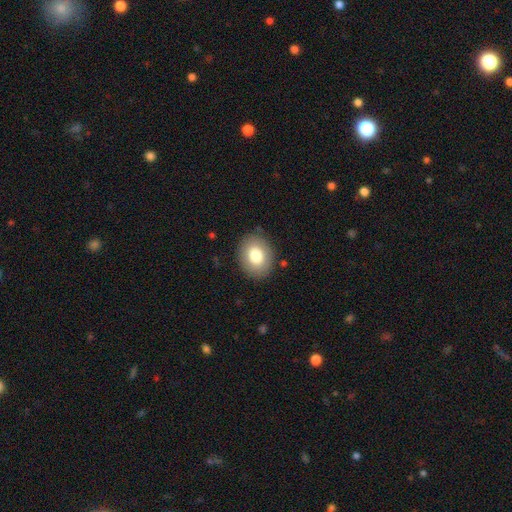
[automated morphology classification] This appears to be a smooth galaxy with no disk features (78%) that is in between round and cigar-shaped (55%). Merging: none (86%).